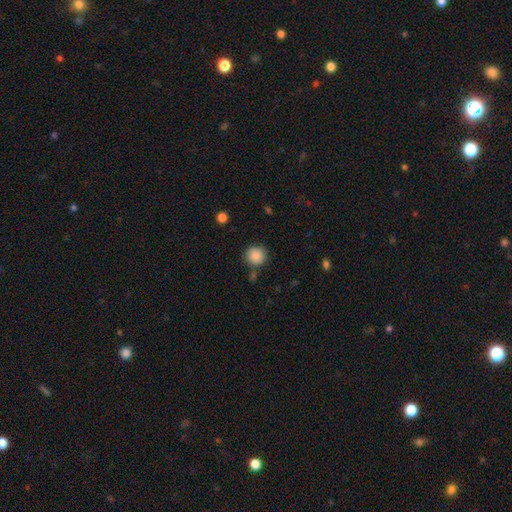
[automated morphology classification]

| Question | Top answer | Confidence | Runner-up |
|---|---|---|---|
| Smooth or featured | smooth | 88% | star or artifact (9%) |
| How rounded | round | 91% | in between (8%) |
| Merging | none | 80% | minor disturbance (10%) |